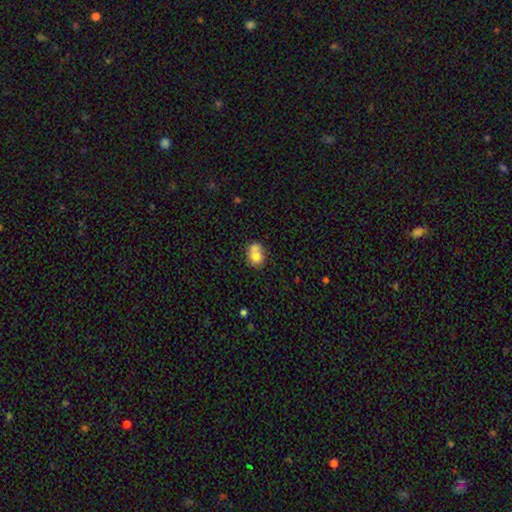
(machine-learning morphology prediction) Smooth or featured? Predicted: smooth (p=0.73). How rounded? Predicted: round (p=0.57). Merging? Predicted: merger (p=0.45).